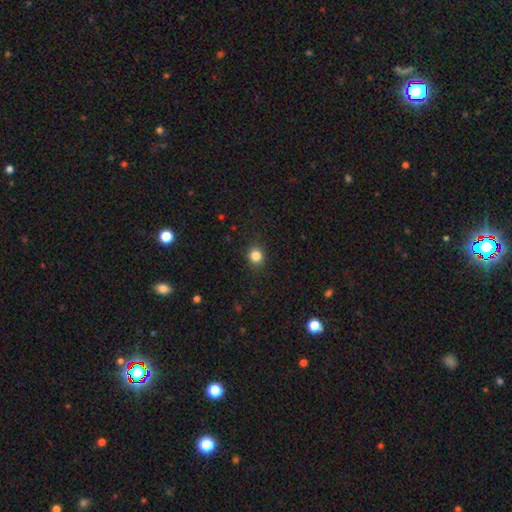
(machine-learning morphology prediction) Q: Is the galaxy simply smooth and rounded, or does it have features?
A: smooth — 84%.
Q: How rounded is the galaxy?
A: round — 81%.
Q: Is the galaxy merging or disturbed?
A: none — 89%.